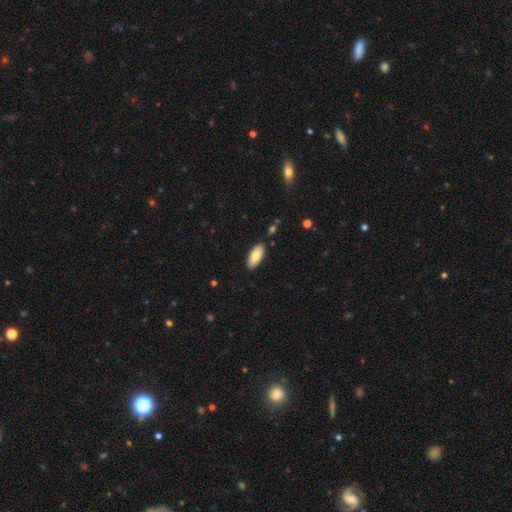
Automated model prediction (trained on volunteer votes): smooth_or_featured: smooth (p=0.80) [alt: featured or disk p=0.14]
how_rounded: in between (p=0.89) [alt: cigar-shaped p=0.09]
merging: none (p=0.87) [alt: minor disturbance p=0.09]